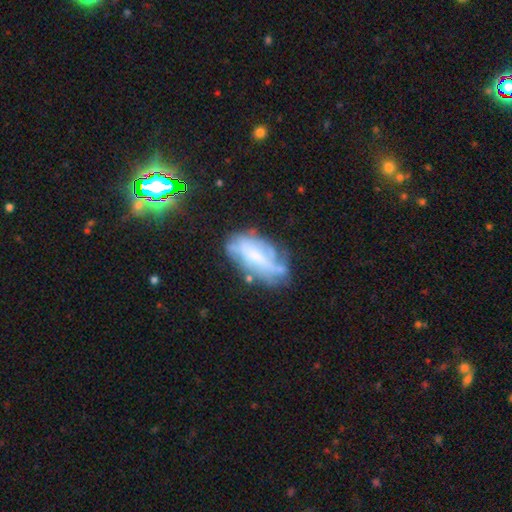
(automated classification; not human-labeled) Smooth or featured? featured or disk (52%)
Edge-on disk? no (86%)
Merging? none (50%)